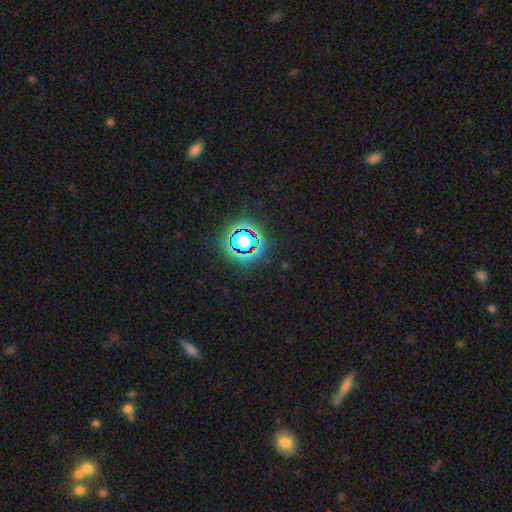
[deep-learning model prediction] This appears to be a star or artifact, not a galaxy (78%).